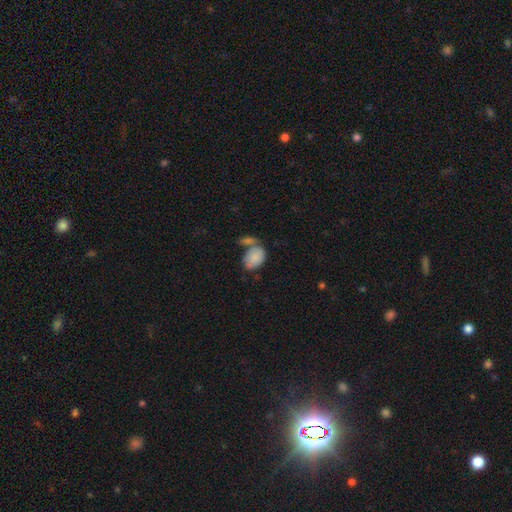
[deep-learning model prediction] Smooth or featured?
  - smooth: 83% *
  - featured or disk: 10%
  - star or artifact: 7%
How rounded?
  - in between: 80% *
  - round: 19%
  - cigar-shaped: 1%
Merging?
  - none: 38% *
  - merger: 34%
  - minor disturbance: 19%
  - major disturbance: 9%